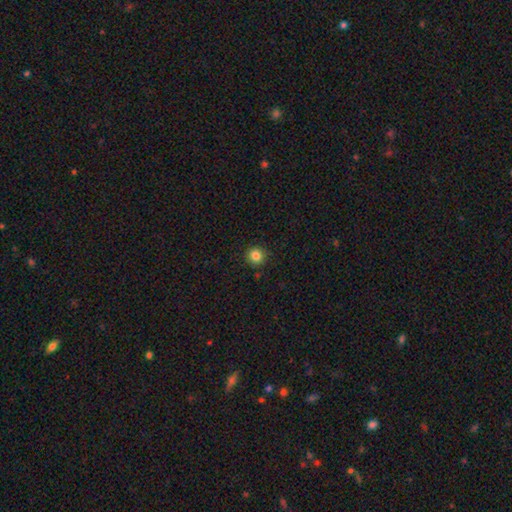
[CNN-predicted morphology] smooth_or_featured: smooth (p=0.83) [alt: star or artifact p=0.12]
how_rounded: round (p=0.94) [alt: in between p=0.05]
merging: none (p=0.90) [alt: minor disturbance p=0.07]